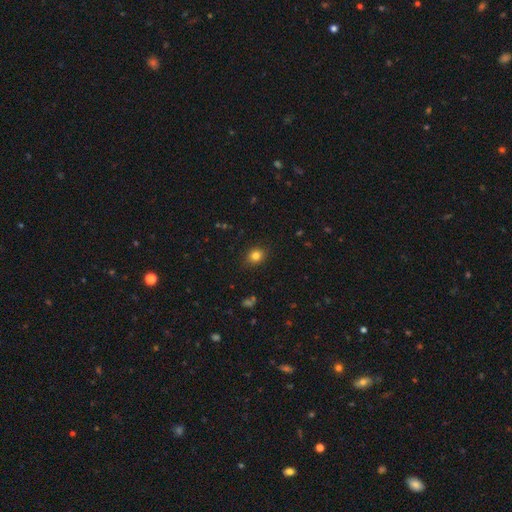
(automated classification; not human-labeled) smooth 82%, star or artifact 12%, featured or disk 6%. Down the decision tree: how rounded — round (65%); merging — none (87%).